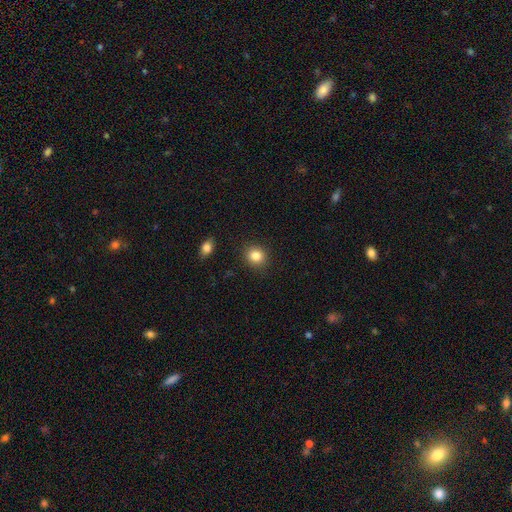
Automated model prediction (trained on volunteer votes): A smooth galaxy with no disk features (84%) that is round (78%).

Vote fractions:
- Smooth or featured? smooth: 84% / star or artifact: 10% / featured or disk: 5%
- How rounded? round: 78% / in between: 21% / cigar-shaped: 1%
- Merging? none: 89% / minor disturbance: 7% / major disturbance: 2% / merger: 2%